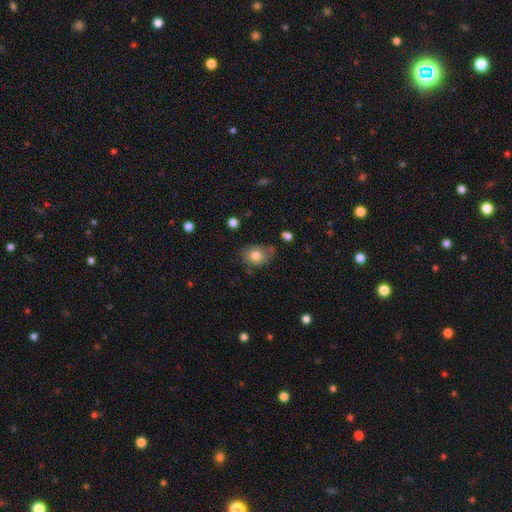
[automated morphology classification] A smooth galaxy with no disk features (79%) that is in between round and cigar-shaped (52%).

Vote fractions:
- Smooth or featured? smooth: 79% / featured or disk: 12% / star or artifact: 9%
- How rounded? in between: 52% / round: 47% / cigar-shaped: 1%
- Merging? none: 70% / minor disturbance: 22% / major disturbance: 5% / merger: 4%